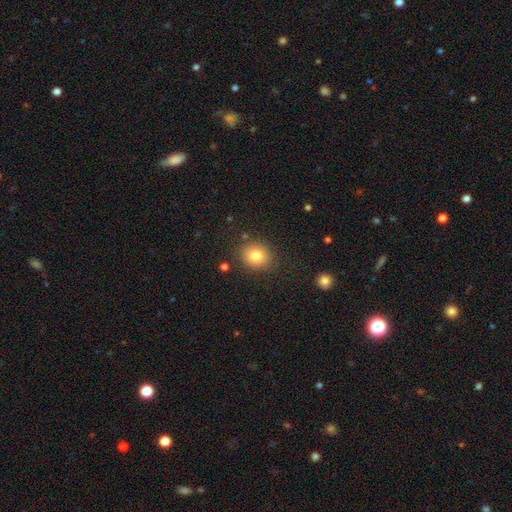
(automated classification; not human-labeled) Smooth or featured: smooth — 82% (star or artifact — 10%)
How rounded: round — 65% (in between — 34%)
Merging: none — 84% (minor disturbance — 10%)